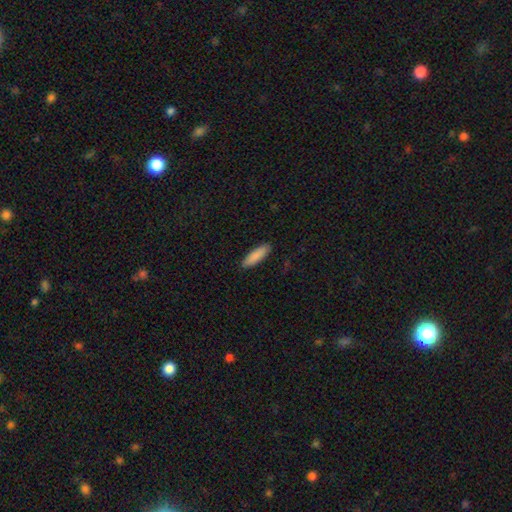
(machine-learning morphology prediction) Smooth or featured: smooth — 88% (featured or disk — 6%)
How rounded: cigar-shaped — 60% (in between — 39%)
Merging: none — 89% (minor disturbance — 8%)